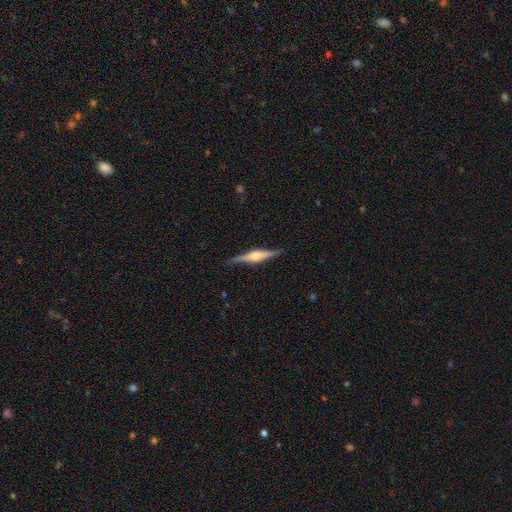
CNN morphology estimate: Smooth or featured?
  - featured or disk: 79% *
  - smooth: 16%
  - star or artifact: 5%
Edge-on disk?
  - yes: 98% *
  - no: 2%
Edge-on bulge?
  - rounded: 86% *
  - boxy: 12%
  - none: 3%
Merging?
  - none: 90% *
  - minor disturbance: 8%
  - major disturbance: 2%
  - merger: 1%